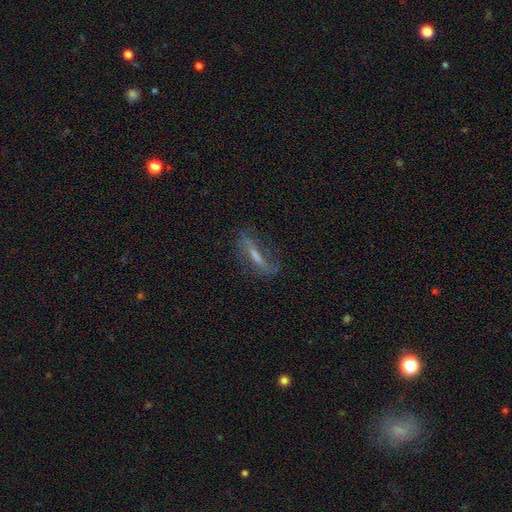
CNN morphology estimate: smooth_or_featured: featured or disk (p=0.57) [alt: smooth p=0.32]
disk_edge_on: no (p=0.62) [alt: yes p=0.38]
merging: none (p=0.61) [alt: minor disturbance p=0.21]